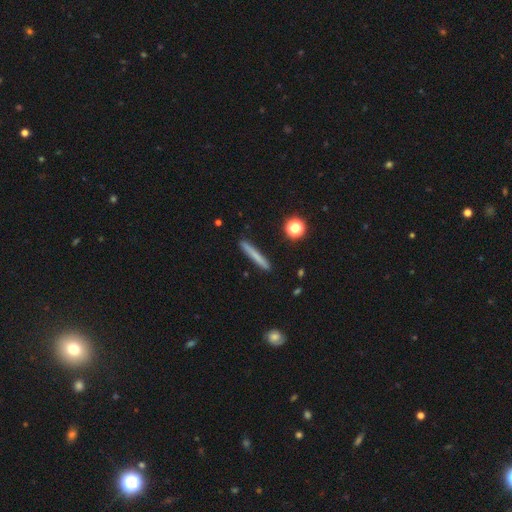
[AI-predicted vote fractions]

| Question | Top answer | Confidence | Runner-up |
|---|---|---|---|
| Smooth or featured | smooth | 69% | featured or disk (23%) |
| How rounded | cigar-shaped | 95% | in between (3%) |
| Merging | none | 90% | minor disturbance (7%) |